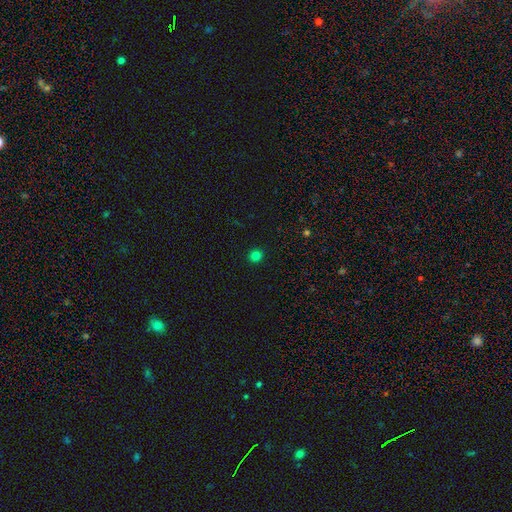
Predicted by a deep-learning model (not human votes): Q: Smooth or featured?
A: smooth (81%); runner-up: star or artifact (16%)
Q: How rounded?
A: round (90%); runner-up: in between (9%)
Q: Merging?
A: none (93%); runner-up: minor disturbance (5%)